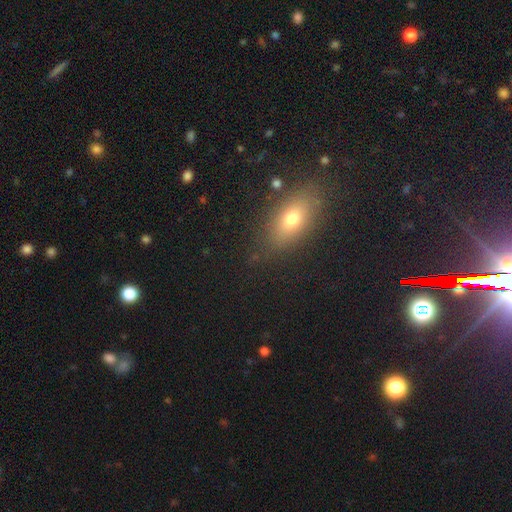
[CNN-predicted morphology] type=smooth (57%); roundness=in between (75%); merging=none (85%).